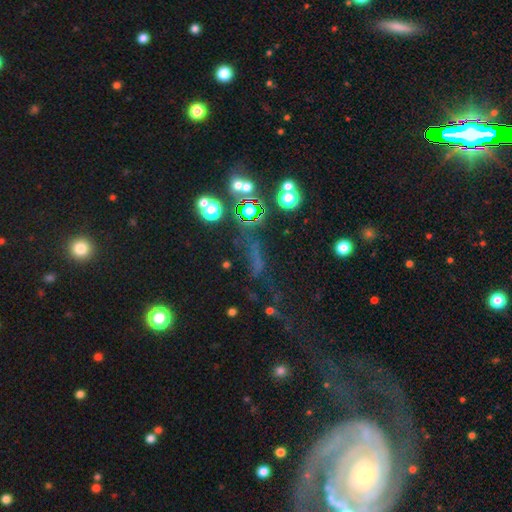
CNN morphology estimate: This appears to be a star or artifact, not a galaxy (58%).